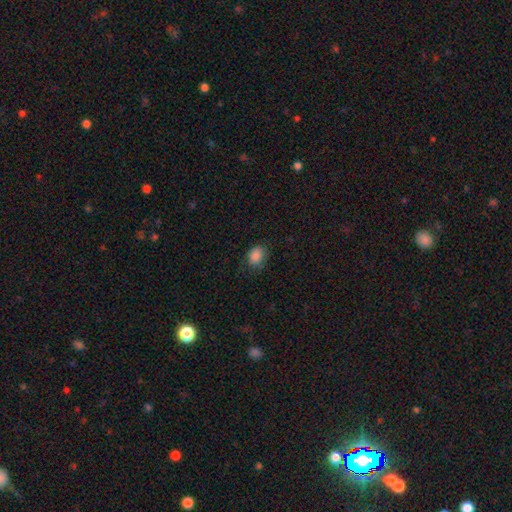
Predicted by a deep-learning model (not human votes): Q: Smooth or featured?
A: smooth (86%); runner-up: star or artifact (10%)
Q: How rounded?
A: in between (64%); runner-up: round (35%)
Q: Merging?
A: none (75%); runner-up: minor disturbance (19%)